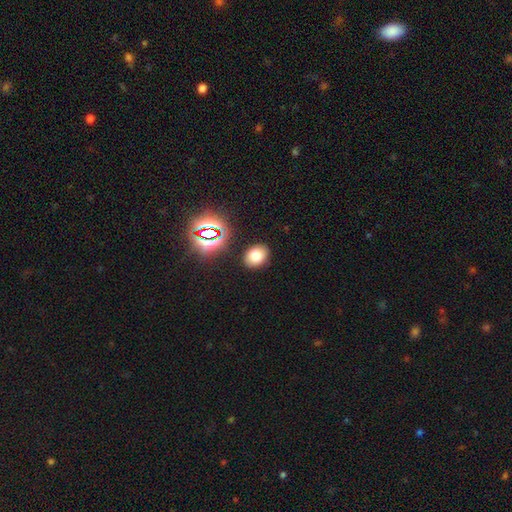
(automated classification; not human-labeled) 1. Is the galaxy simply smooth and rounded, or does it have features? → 73% smooth, 17% star or artifact, 10% featured or disk.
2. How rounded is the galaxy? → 68% in between, 31% round, 1% cigar-shaped.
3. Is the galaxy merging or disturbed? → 87% none, 8% minor disturbance, 2% major disturbance, 2% merger.